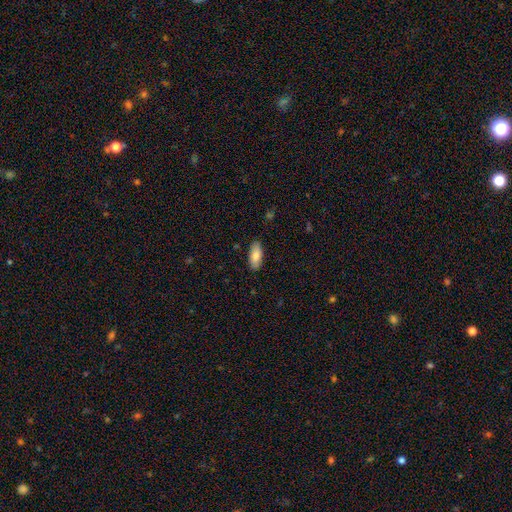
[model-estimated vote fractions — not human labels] Smooth or featured? smooth (83%)
How rounded? in between (86%)
Merging? none (87%)